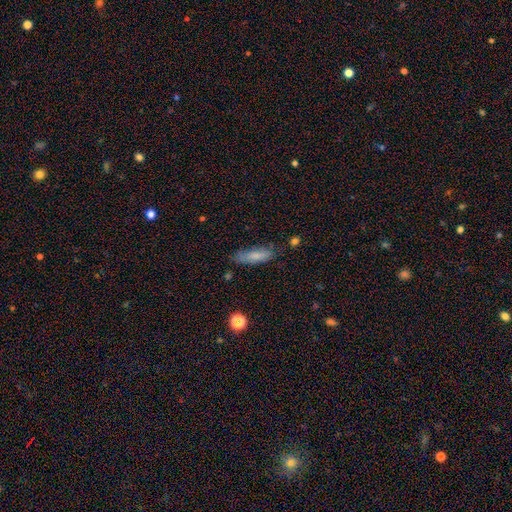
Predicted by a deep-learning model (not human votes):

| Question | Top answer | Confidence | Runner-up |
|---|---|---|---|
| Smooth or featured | smooth | 77% | featured or disk (15%) |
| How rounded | cigar-shaped | 59% | in between (39%) |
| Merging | none | 73% | minor disturbance (20%) |